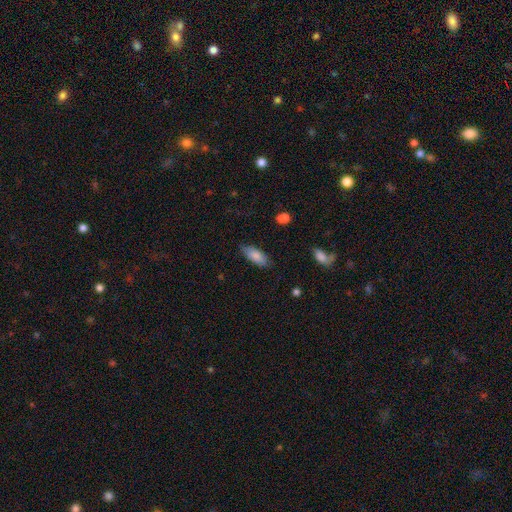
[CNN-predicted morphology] The model was most divided on "how rounded": in between: 80%, cigar-shaped: 18%, round: 2%. More confident: smooth or featured — smooth (83%); merging — none (79%).